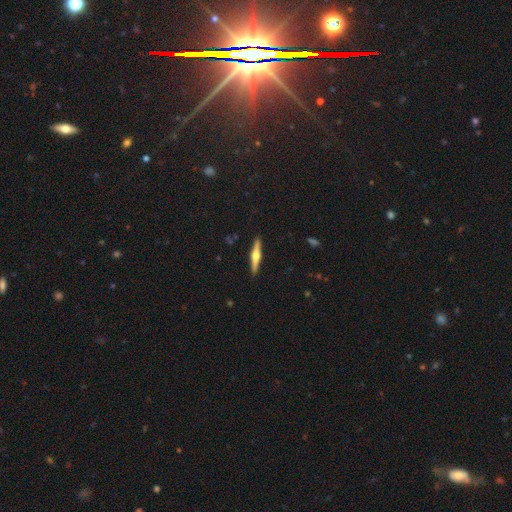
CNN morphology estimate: Smooth or featured? Predicted: featured or disk (p=0.68). Edge-on disk? Predicted: yes (p=0.98). Edge-on bulge? Predicted: rounded (p=0.93). Merging? Predicted: none (p=0.92).